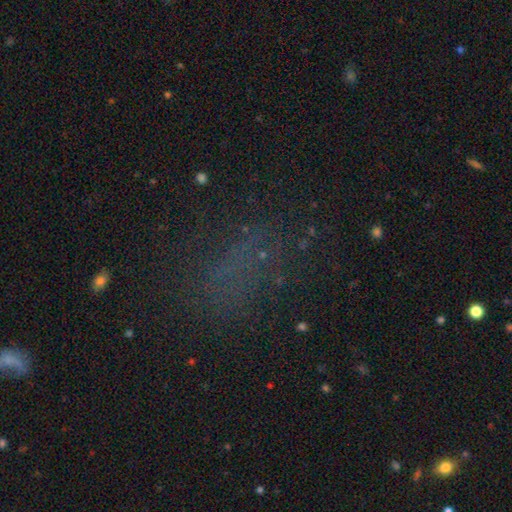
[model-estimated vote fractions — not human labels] A star or artifact, not a galaxy (44%).

Vote fractions:
- Smooth or featured? star or artifact: 44% / smooth: 38% / featured or disk: 18%